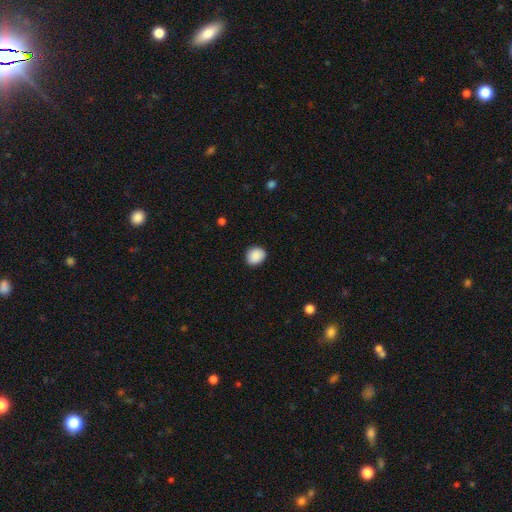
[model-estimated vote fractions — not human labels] A smooth galaxy with no disk features (89%) that is round (69%).

Vote fractions:
- Smooth or featured? smooth: 89% / star or artifact: 8% / featured or disk: 3%
- How rounded? round: 69% / in between: 30% / cigar-shaped: 1%
- Merging? none: 87% / minor disturbance: 10% / major disturbance: 2% / merger: 1%